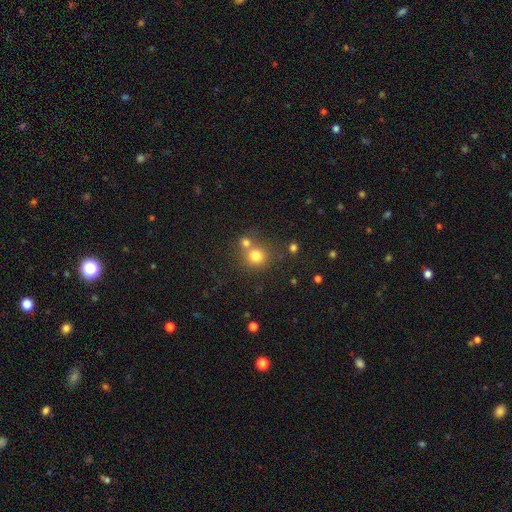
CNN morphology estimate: Smooth or featured? Predicted: smooth (p=0.76). How rounded? Predicted: round (p=0.88). Merging? Predicted: none (p=0.54).